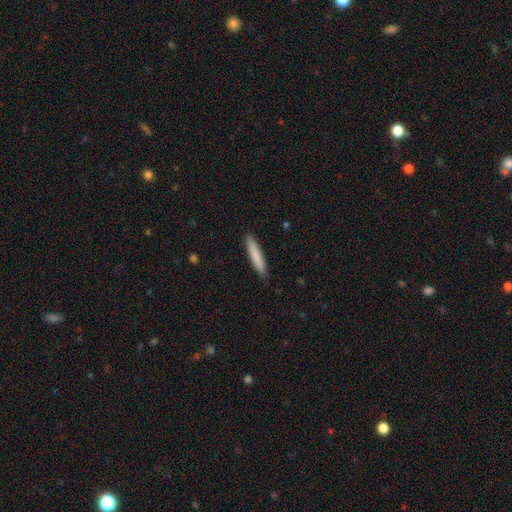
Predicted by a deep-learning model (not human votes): The model was most divided on "smooth or featured": smooth: 83%, featured or disk: 11%, star or artifact: 6%. More confident: how rounded — cigar-shaped (90%); merging — none (89%).